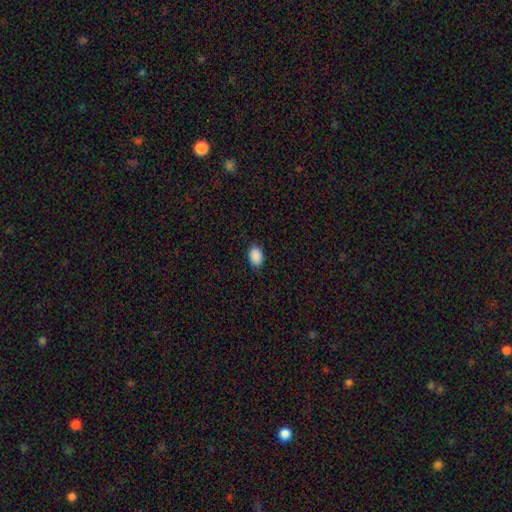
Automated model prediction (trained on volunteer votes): Overall: smooth (90%). How rounded: in between (85%). Merging: none (86%).